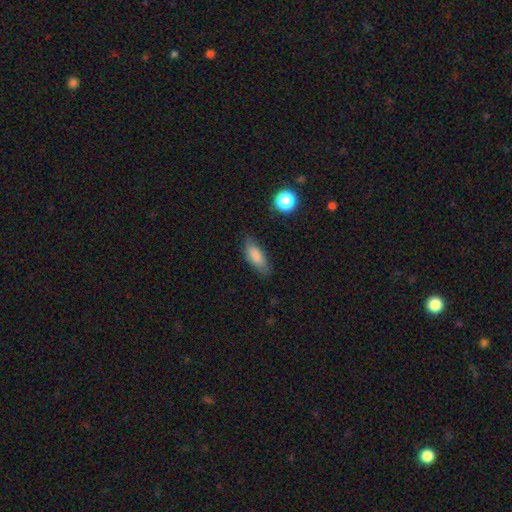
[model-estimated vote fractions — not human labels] Morphology: type=smooth (83%); roundness=in between (78%); merging=none (73%).